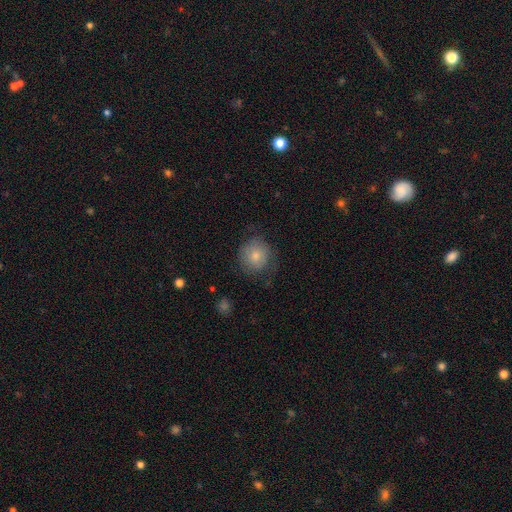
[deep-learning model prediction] Overall: smooth (78%). How rounded: round (89%). Merging: none (67%).